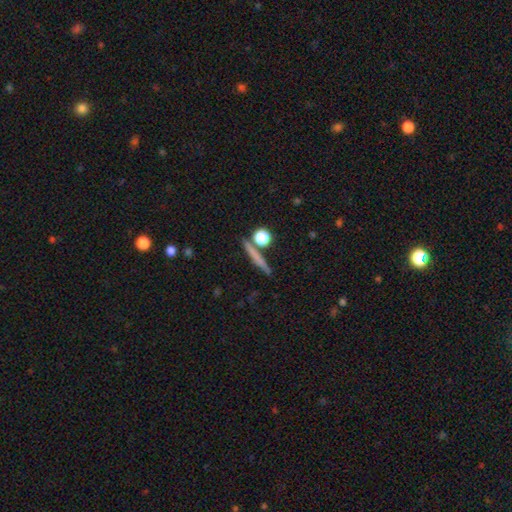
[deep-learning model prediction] smooth 60%, featured or disk 28%, star or artifact 12%. Down the decision tree: how rounded — cigar-shaped (72%); merging — none (79%).